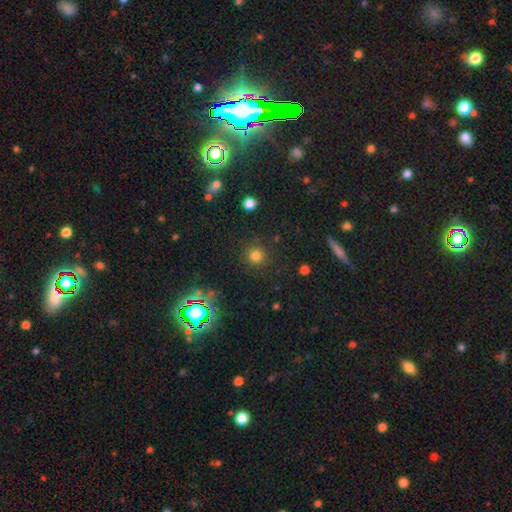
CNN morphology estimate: This is likely a smooth galaxy (77%). How rounded: clearly round (92%). Merging: clearly none (87%).